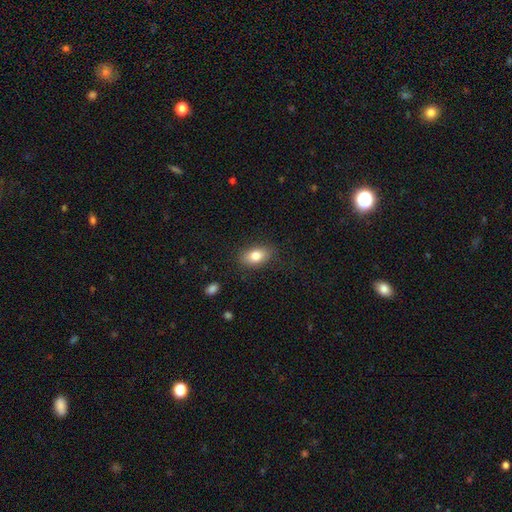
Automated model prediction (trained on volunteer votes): A smooth galaxy with no disk features (81%) that is in between round and cigar-shaped (87%). Merging: none (84%).